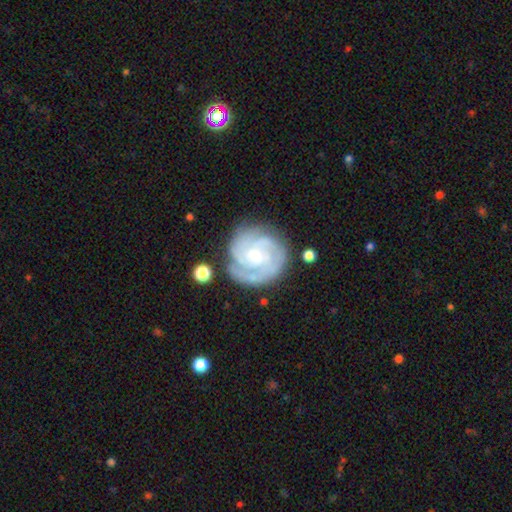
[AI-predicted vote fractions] Q: Smooth or featured?
A: featured or disk (84%); runner-up: smooth (10%)
Q: Edge-on disk?
A: no (98%); runner-up: yes (2%)
Q: Bar?
A: no (59%); runner-up: weak (35%)
Q: Spiral arms?
A: yes (95%); runner-up: no (5%)
Q: Spiral winding?
A: tight (70%); runner-up: medium (25%)
Q: Spiral arm count?
A: 3 (33%); runner-up: can't tell (25%)
Q: Bulge size?
A: small (54%); runner-up: moderate (42%)
Q: Merging?
A: none (75%); runner-up: minor disturbance (16%)